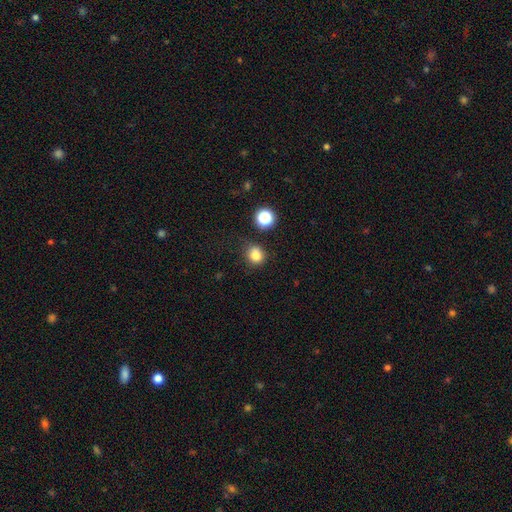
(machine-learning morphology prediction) Overall: smooth (80%). How rounded: round (79%). Merging: none (75%).